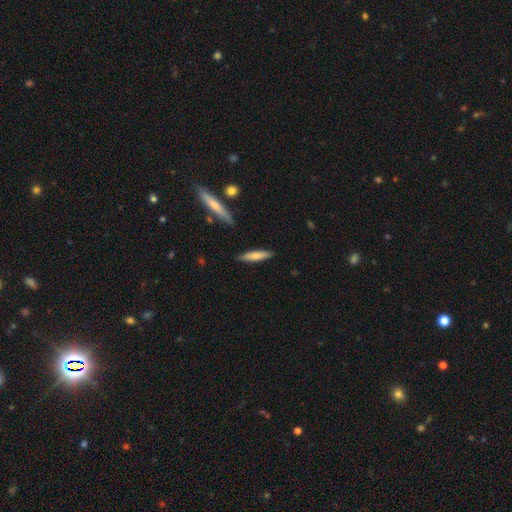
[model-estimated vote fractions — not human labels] This appears to be a smooth galaxy with no disk features (67%) that is cigar-shaped (84%). Merging: none (87%).